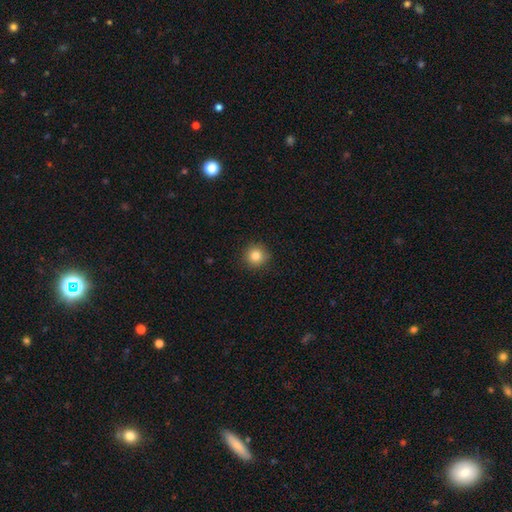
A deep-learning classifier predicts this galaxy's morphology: The model was most divided on "smooth or featured": smooth: 84%, star or artifact: 11%, featured or disk: 5%. More confident: how rounded — round (94%); merging — none (90%).